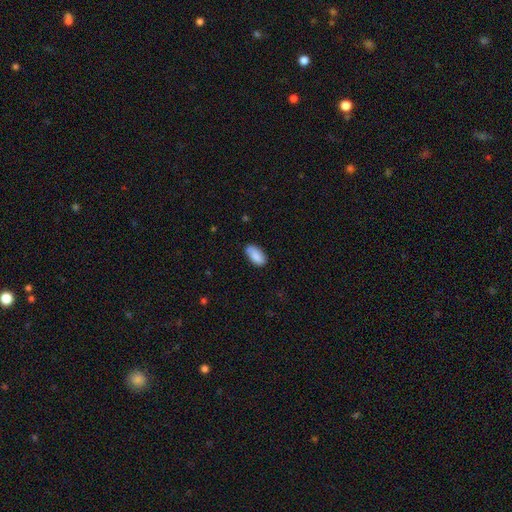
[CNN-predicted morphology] This appears to be a smooth galaxy with no disk features (86%) that is in between round and cigar-shaped (94%). Merging: none (74%).